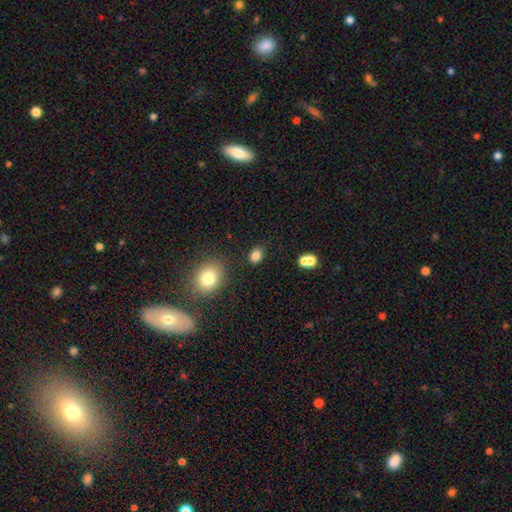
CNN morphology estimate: Smooth or featured? Predicted: smooth (p=0.84). How rounded? Predicted: in between (p=0.64). Merging? Predicted: none (p=0.82).